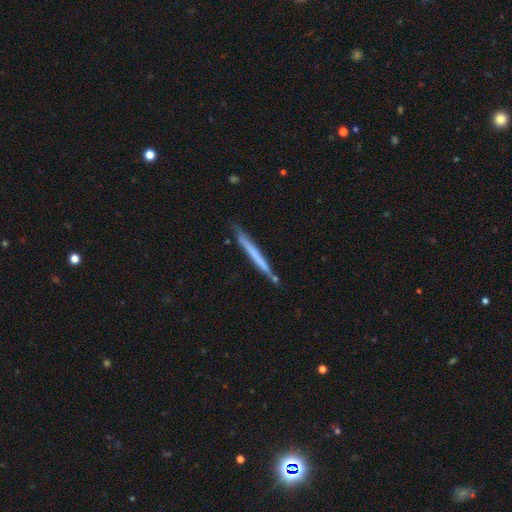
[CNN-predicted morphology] This appears to be a smooth galaxy with no disk features (51%) that is cigar-shaped (97%). Merging: none (82%).